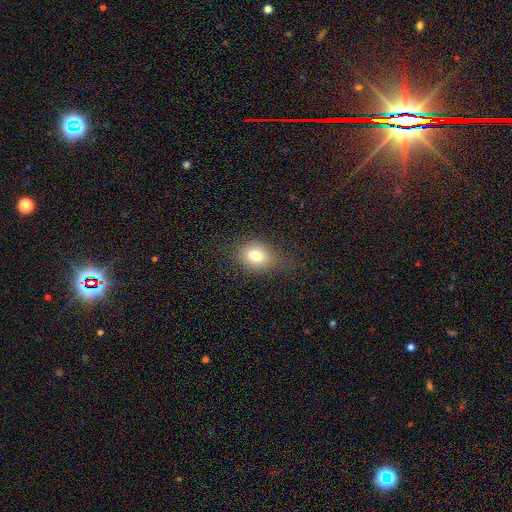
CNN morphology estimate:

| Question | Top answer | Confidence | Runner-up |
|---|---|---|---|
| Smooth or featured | smooth | 76% | star or artifact (13%) |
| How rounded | in between | 56% | round (43%) |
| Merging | none | 76% | minor disturbance (16%) |